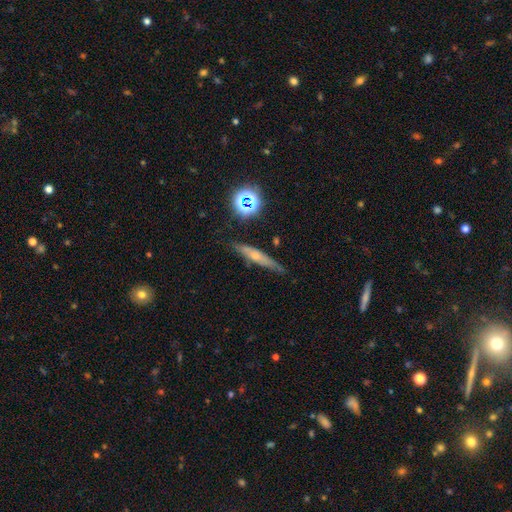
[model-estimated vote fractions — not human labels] A featured or disk galaxy (47%). Merging: none (78%).